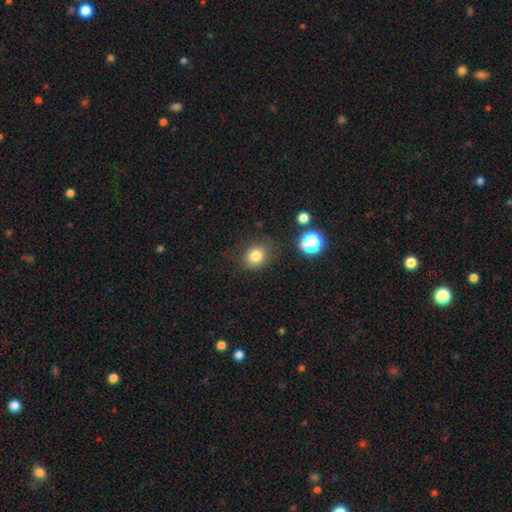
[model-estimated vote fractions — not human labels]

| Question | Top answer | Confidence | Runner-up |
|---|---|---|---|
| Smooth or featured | smooth | 81% | star or artifact (13%) |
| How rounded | round | 71% | in between (29%) |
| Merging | none | 81% | minor disturbance (12%) |